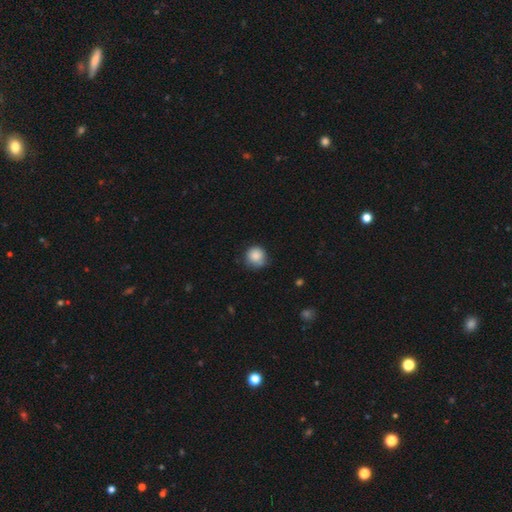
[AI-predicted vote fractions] smooth_or_featured: smooth (p=0.87) [alt: star or artifact p=0.08]
how_rounded: round (p=0.92) [alt: in between p=0.07]
merging: none (p=0.70) [alt: minor disturbance p=0.24]